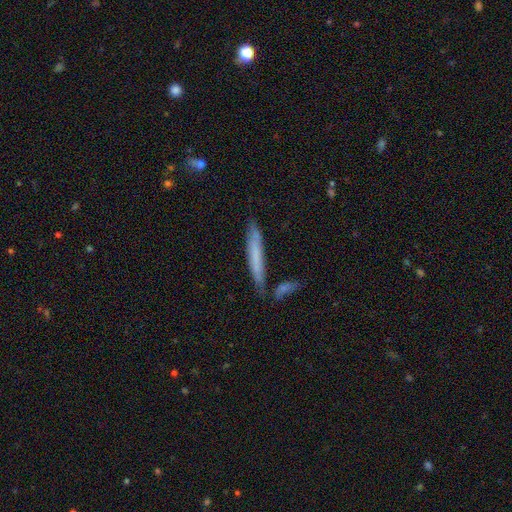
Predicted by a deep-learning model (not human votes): The model was most divided on "smooth or featured": smooth: 62%, featured or disk: 31%, star or artifact: 7%. More confident: how rounded — cigar-shaped (94%); merging — none (77%).